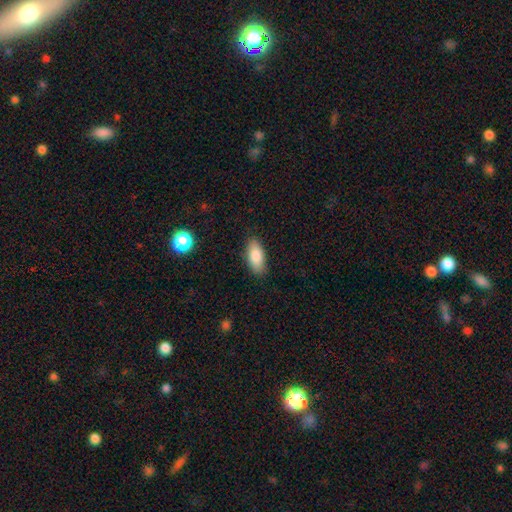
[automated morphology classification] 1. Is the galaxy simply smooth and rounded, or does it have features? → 85% smooth, 8% featured or disk, 7% star or artifact.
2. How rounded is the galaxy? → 88% in between, 10% cigar-shaped, 2% round.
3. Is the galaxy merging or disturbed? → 86% none, 11% minor disturbance, 2% major disturbance, 1% merger.